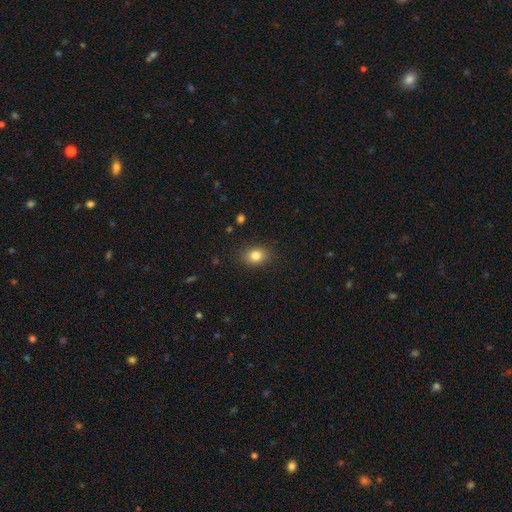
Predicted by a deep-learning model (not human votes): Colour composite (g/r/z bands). It shows a smooth galaxy with no disk features (83%) that is in between round and cigar-shaped (55%). Merging: none (87%).